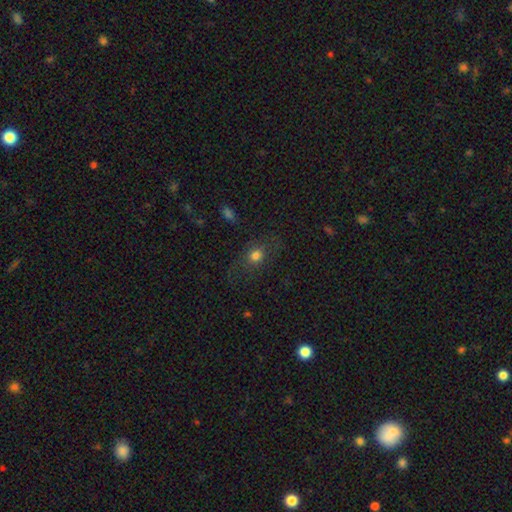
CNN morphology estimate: smooth_or_featured: smooth (p=0.65) [alt: featured or disk p=0.19]
how_rounded: round (p=0.56) [alt: in between p=0.40]
merging: none (p=0.66) [alt: minor disturbance p=0.18]